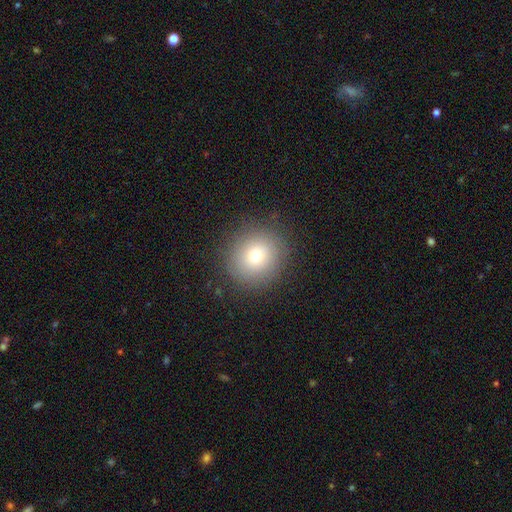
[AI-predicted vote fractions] Overall: smooth (73%). How rounded: round (91%). Merging: none (87%).